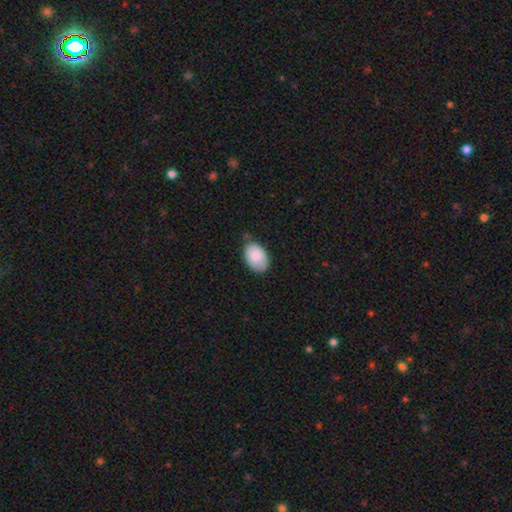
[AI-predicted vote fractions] Smooth or featured?
  - smooth: 86% *
  - featured or disk: 8%
  - star or artifact: 6%
How rounded?
  - in between: 88% *
  - round: 11%
  - cigar-shaped: 1%
Merging?
  - none: 69% *
  - minor disturbance: 25%
  - major disturbance: 4%
  - merger: 2%